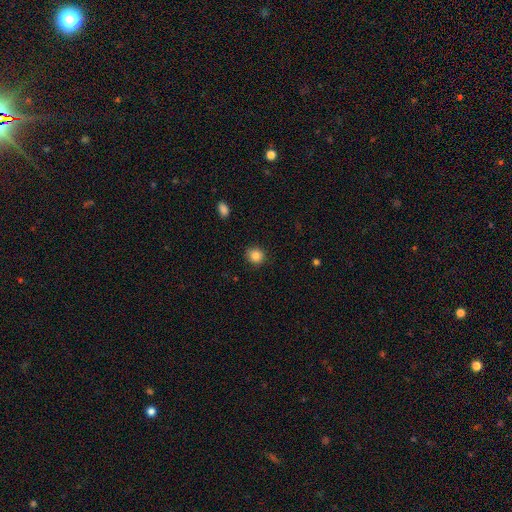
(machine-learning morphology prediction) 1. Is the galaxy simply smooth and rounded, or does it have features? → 85% smooth, 10% star or artifact, 5% featured or disk.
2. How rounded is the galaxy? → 83% round, 16% in between, 1% cigar-shaped.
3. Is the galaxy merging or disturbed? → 89% none, 8% minor disturbance, 2% major disturbance, 1% merger.